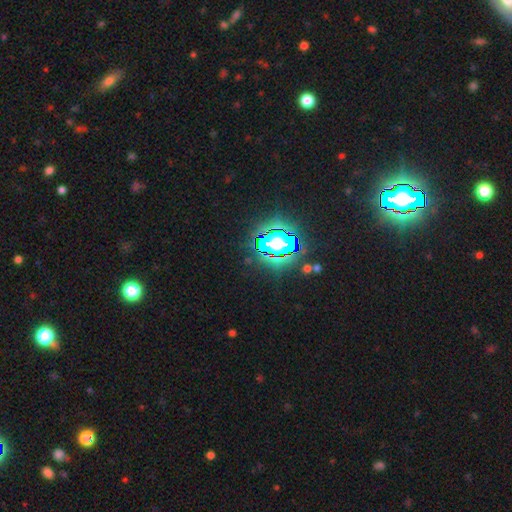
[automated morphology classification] star or artifact 83%, smooth 10%, featured or disk 7%.